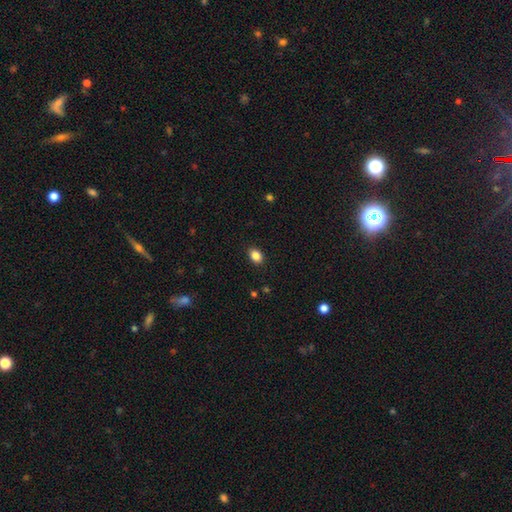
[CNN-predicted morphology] type=smooth (86%); roundness=in between (73%); merging=none (89%).